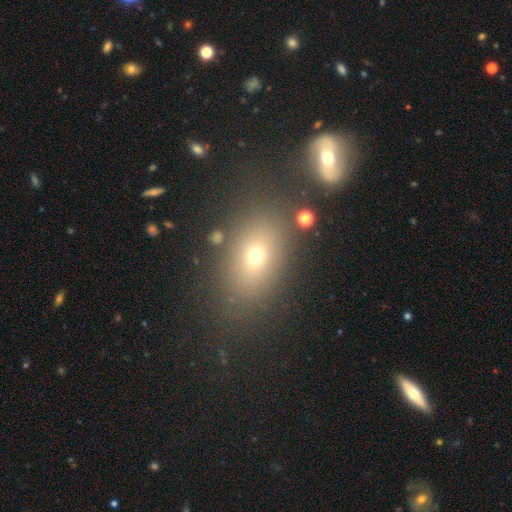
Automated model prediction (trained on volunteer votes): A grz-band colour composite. It shows a smooth galaxy with no disk features (67%) that is in between round and cigar-shaped (76%). Merging: none (77%).